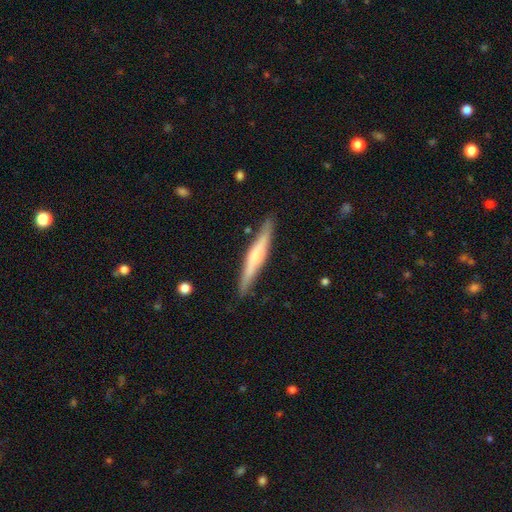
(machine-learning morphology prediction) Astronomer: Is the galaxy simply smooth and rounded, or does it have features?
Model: featured or disk — 58% (runner-up: smooth, 37%).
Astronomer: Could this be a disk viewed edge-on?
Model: yes — 95%.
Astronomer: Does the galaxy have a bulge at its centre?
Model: rounded — 68%.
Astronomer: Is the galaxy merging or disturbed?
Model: none — 87%.